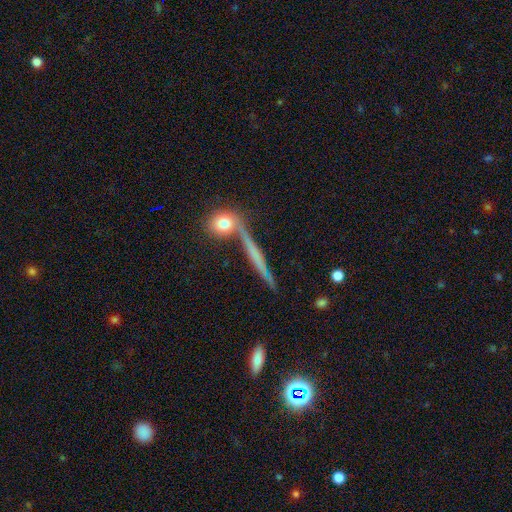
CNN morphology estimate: Overall: featured or disk (56%; smooth 34%). Edge-on disk: yes (90%). Edge-on bulge: none (62%; rounded 24%). Merging: none (71%).